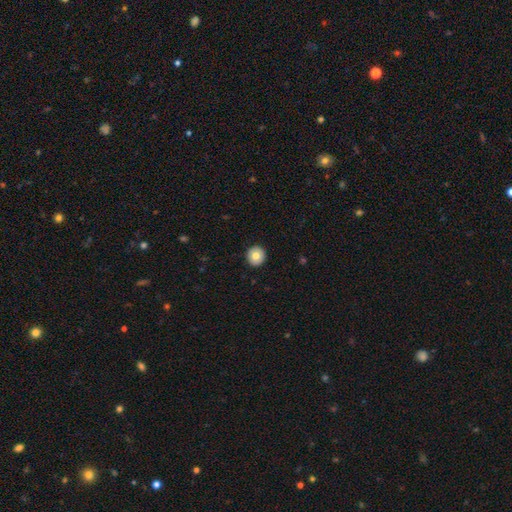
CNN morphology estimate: Smooth or featured?
  - smooth: 75% *
  - featured or disk: 17%
  - star or artifact: 8%
How rounded?
  - round: 93% *
  - in between: 6%
  - cigar-shaped: 1%
Merging?
  - none: 93% *
  - minor disturbance: 5%
  - major disturbance: 1%
  - merger: 1%